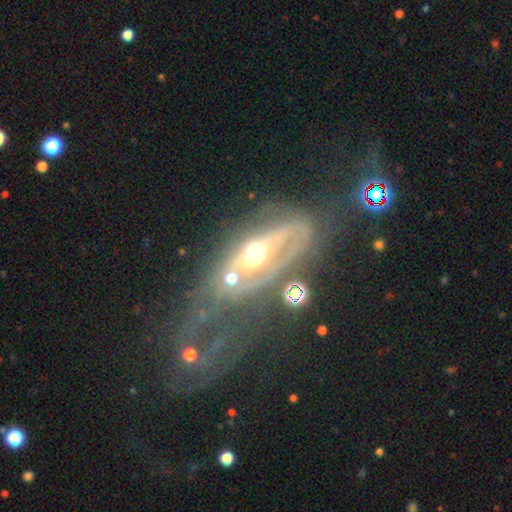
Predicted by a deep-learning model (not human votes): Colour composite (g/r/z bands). It shows a featured or disk galaxy (77%) with no bar (65%), spiral arms (54%) and a moderate central bulge (68%). Merging: major disturbance (45%).